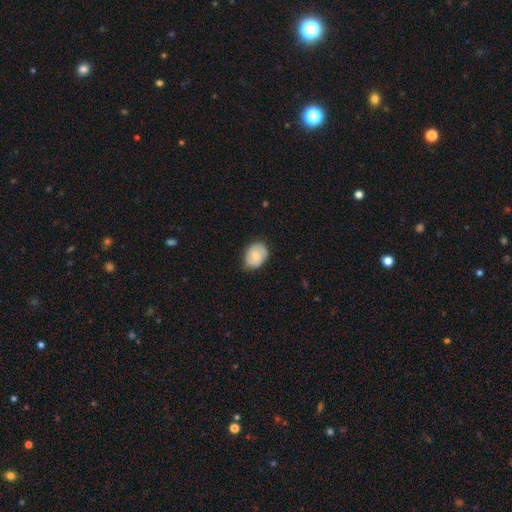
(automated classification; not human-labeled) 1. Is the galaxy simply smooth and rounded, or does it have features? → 56% smooth, 37% featured or disk, 7% star or artifact.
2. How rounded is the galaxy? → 55% in between, 44% round, 1% cigar-shaped.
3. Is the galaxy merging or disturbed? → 71% none, 24% minor disturbance, 4% major disturbance, 1% merger.